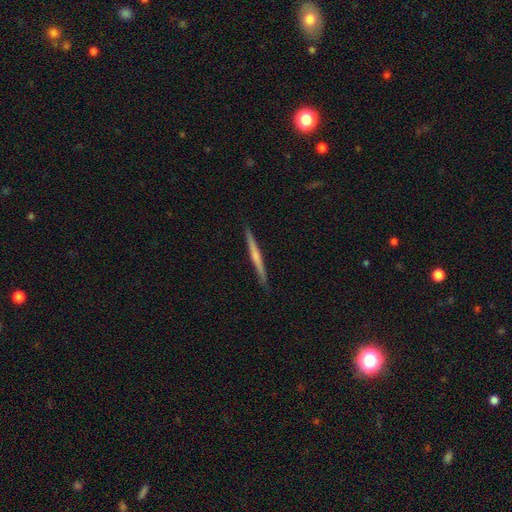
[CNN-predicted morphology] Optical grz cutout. It shows a featured or disk galaxy (56%) viewed edge-on (98%) with no central bulge (58%). Merging: none (91%).